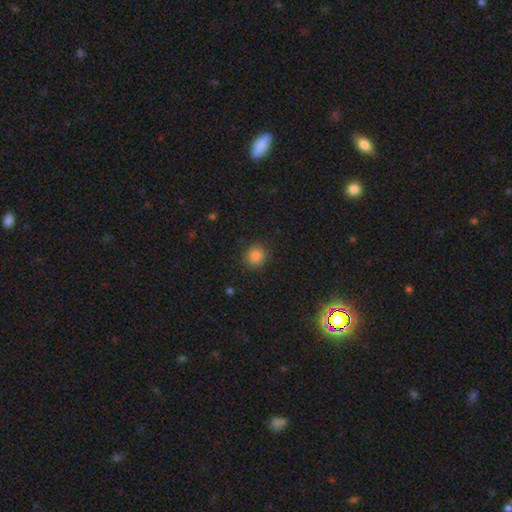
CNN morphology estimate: A smooth galaxy with no disk features (84%) that is round (88%).

Vote fractions:
- Smooth or featured? smooth: 84% / star or artifact: 11% / featured or disk: 5%
- How rounded? round: 88% / in between: 11% / cigar-shaped: 1%
- Merging? none: 87% / minor disturbance: 9% / major disturbance: 3% / merger: 1%